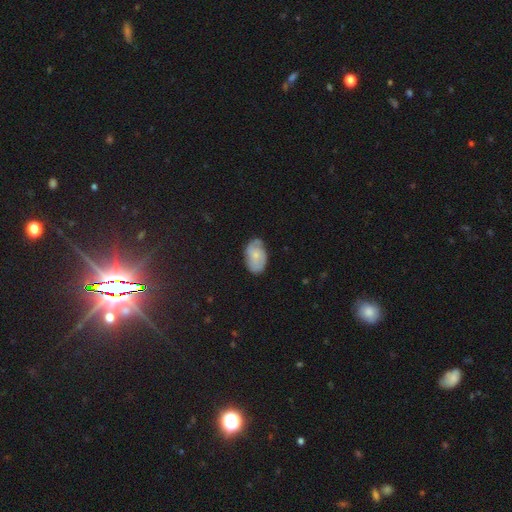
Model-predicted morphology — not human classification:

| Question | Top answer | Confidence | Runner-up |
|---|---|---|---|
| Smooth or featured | smooth | 48% | featured or disk (45%) |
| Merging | none | 66% | minor disturbance (26%) |